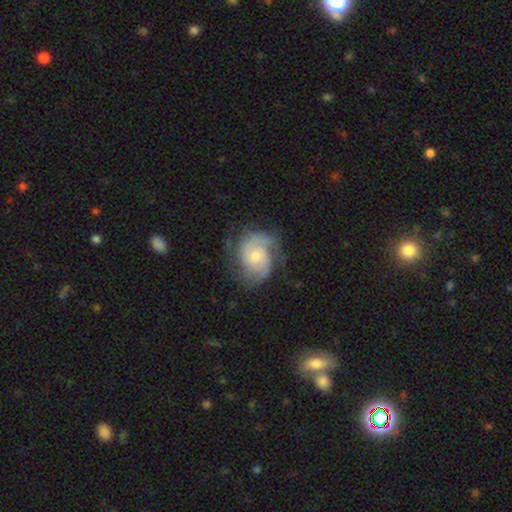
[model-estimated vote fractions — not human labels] smooth-or-featured: featured or disk: 76% | smooth: 18% | star or artifact: 6%
  disk-edge-on: no: 98% | yes: 2%
    bar: no: 68% | weak: 28% | strong: 4%
    has-spiral-arms: yes: 94% | no: 6%
      spiral-winding: medium: 44% | tight: 39% | loose: 17%
      spiral-arm-count: 2: 45% | 3: 21% | can't tell: 20% | 1: 5% | 4: 4% | more than 4: 4%
    bulge-size: small: 47% | moderate: 43% | large: 5% | none: 4% | dominant: 1%
  merging: none: 63% | minor disturbance: 22% | major disturbance: 13% | merger: 1%